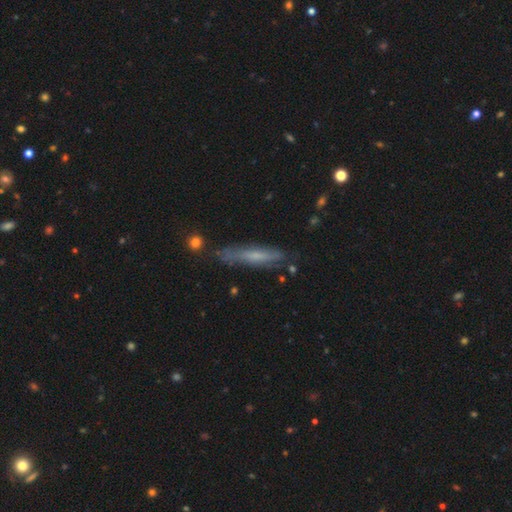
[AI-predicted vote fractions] Morphology: type=smooth (51%); roundness=cigar-shaped (87%); merging=none (73%).